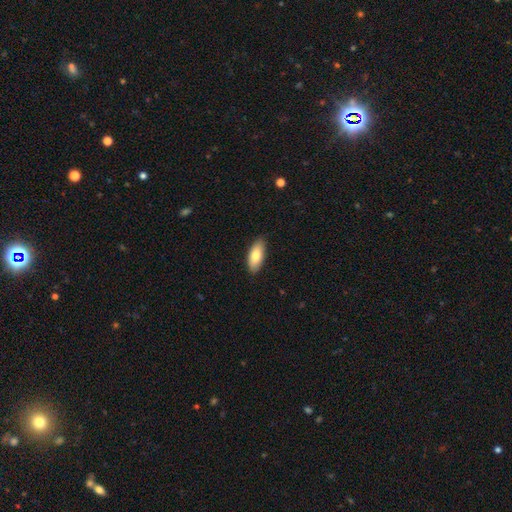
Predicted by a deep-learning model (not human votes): smooth 78%, featured or disk 16%, star or artifact 6%. Down the decision tree: how rounded — in between (84%); merging — none (87%).